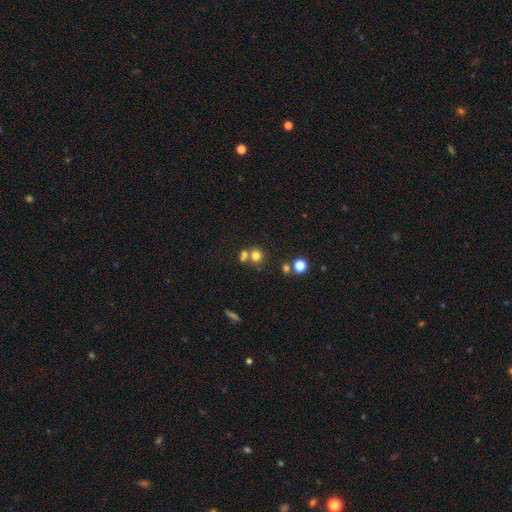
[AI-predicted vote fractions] A smooth galaxy with no disk features (73%) that is round (86%).

Vote fractions:
- Smooth or featured? smooth: 73% / star or artifact: 16% / featured or disk: 11%
- How rounded? round: 86% / in between: 13% / cigar-shaped: 1%
- Merging? none: 53% / merger: 36% / minor disturbance: 8% / major disturbance: 4%